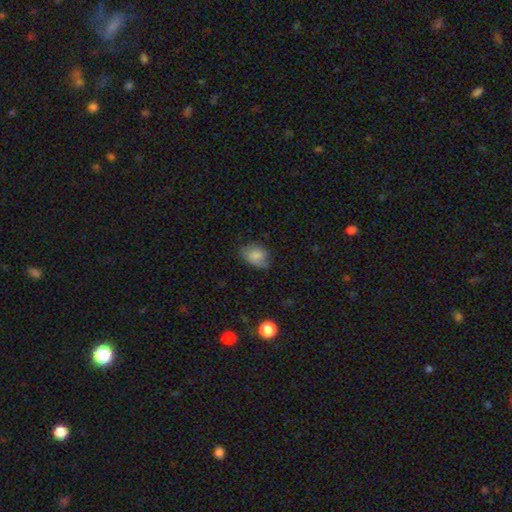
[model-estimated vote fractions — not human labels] Smooth or featured? smooth (74%)
How rounded? in between (78%)
Merging? none (64%)